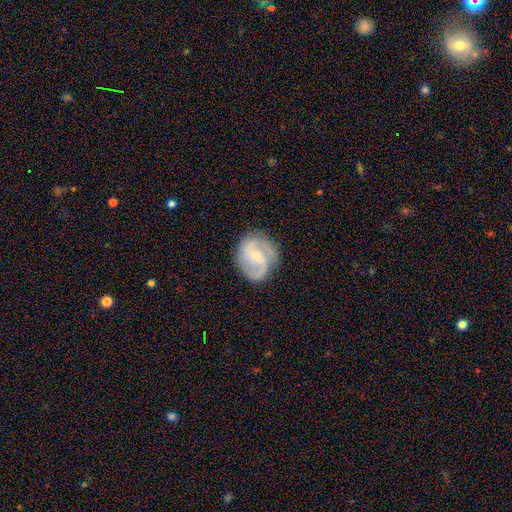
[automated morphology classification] The model was most divided on "bar": weak: 48%, no: 32%, strong: 21%. More confident: edge-on disk — no (98%); spiral arms — yes (96%); smooth or featured — featured or disk (85%); spiral arm count — 2 (80%); merging — none (78%); bulge size — small (69%); spiral winding — medium (53%).